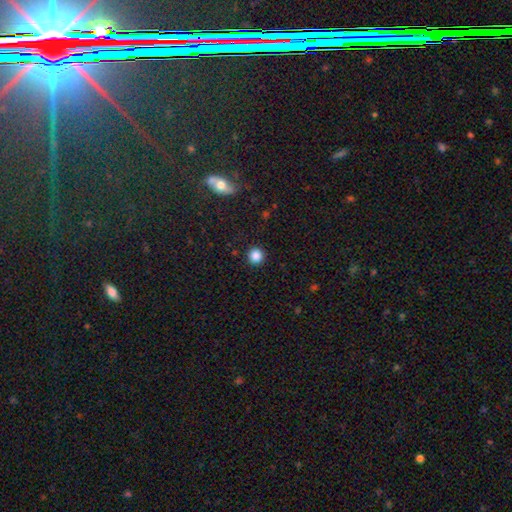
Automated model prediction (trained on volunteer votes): Smooth or featured? Predicted: smooth (p=0.86). How rounded? Predicted: round (p=0.94). Merging? Predicted: none (p=0.92).